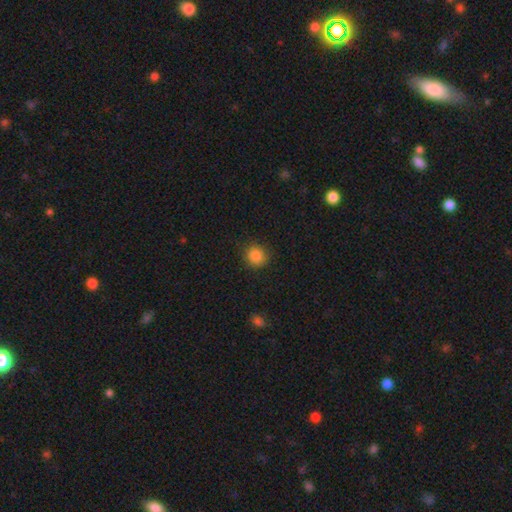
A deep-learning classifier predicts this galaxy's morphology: Q: Smooth or featured?
A: smooth (86%); runner-up: star or artifact (10%)
Q: How rounded?
A: round (87%); runner-up: in between (12%)
Q: Merging?
A: none (86%); runner-up: minor disturbance (10%)